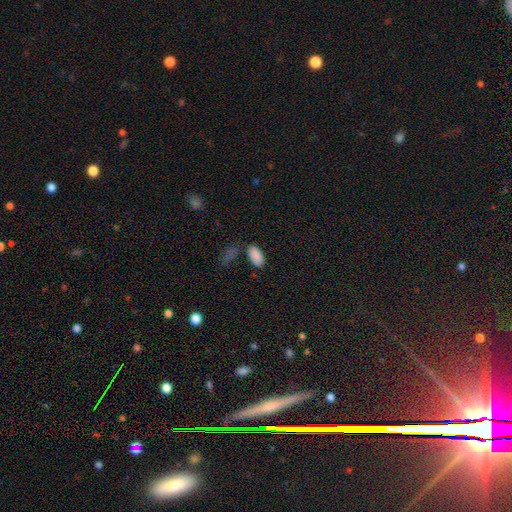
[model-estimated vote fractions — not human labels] Q: Smooth or featured?
A: smooth (88%); runner-up: star or artifact (8%)
Q: How rounded?
A: in between (94%); runner-up: cigar-shaped (3%)
Q: Merging?
A: none (73%); runner-up: minor disturbance (15%)